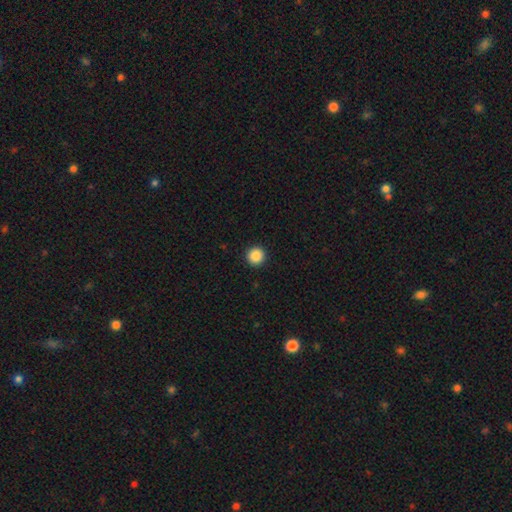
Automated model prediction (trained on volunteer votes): Morphology: type=smooth (88%); roundness=round (96%); merging=none (94%).